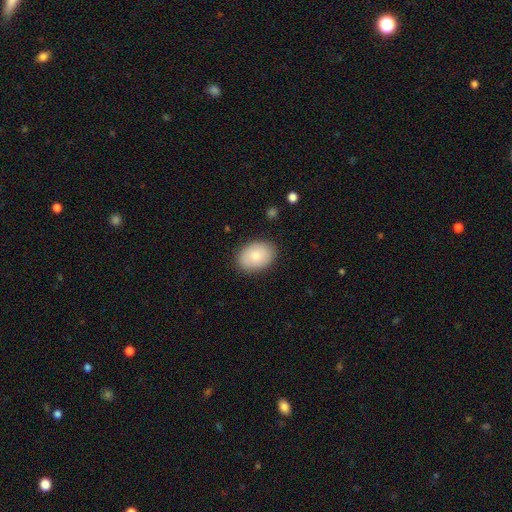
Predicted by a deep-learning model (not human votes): This appears to be a smooth galaxy with no disk features (80%) that is in between round and cigar-shaped (78%). Merging: none (86%).